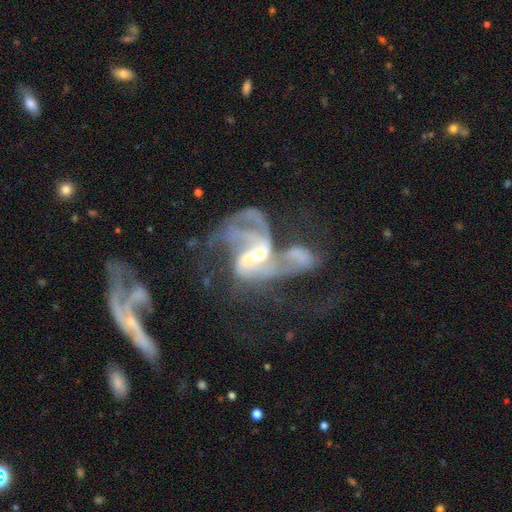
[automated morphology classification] Smooth or featured: featured or disk — 82% (smooth — 10%)
Edge-on disk: no — 97% (yes — 3%)
Bar: weak — 42% (no — 33%)
Spiral arms: yes — 85% (no — 15%)
Spiral winding: loose — 53% (medium — 36%)
Spiral arm count: 2 — 39% (can't tell — 21%)
Bulge size: moderate — 47% (small — 31%)
Merging: merger — 52% (major disturbance — 31%)